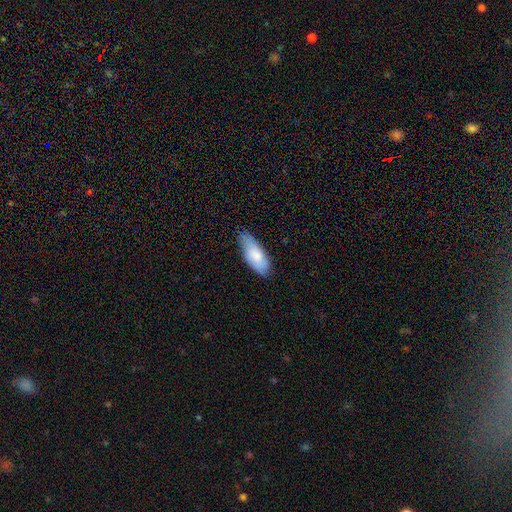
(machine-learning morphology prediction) Smooth or featured?
  - smooth: 80% *
  - featured or disk: 15%
  - star or artifact: 6%
How rounded?
  - in between: 80% *
  - cigar-shaped: 18%
  - round: 2%
Merging?
  - none: 64% *
  - minor disturbance: 30%
  - major disturbance: 5%
  - merger: 1%